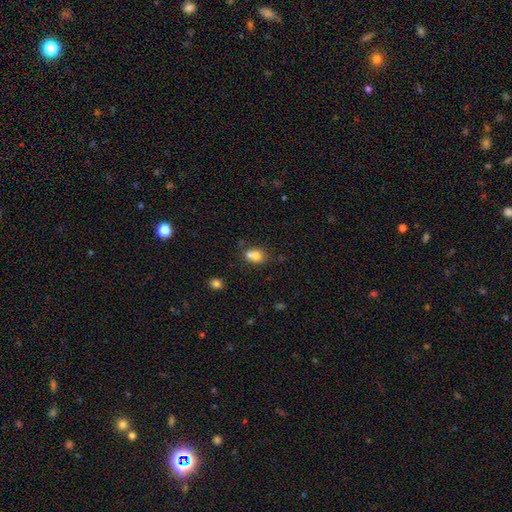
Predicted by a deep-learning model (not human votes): Morphology: type=smooth (74%); roundness=round (58%); merging=merger (51%).